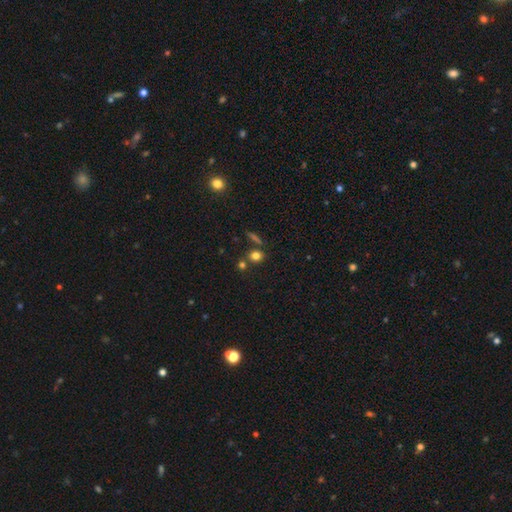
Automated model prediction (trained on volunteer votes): Q: Smooth or featured?
A: smooth (76%); runner-up: star or artifact (16%)
Q: How rounded?
A: round (71%); runner-up: in between (26%)
Q: Merging?
A: none (70%); runner-up: merger (17%)